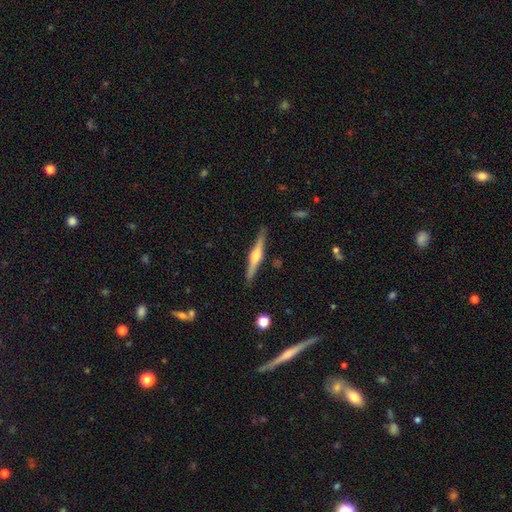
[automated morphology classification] Smooth or featured? featured or disk (74%)
Edge-on disk? yes (98%)
Edge-on bulge? rounded (93%)
Merging? none (89%)